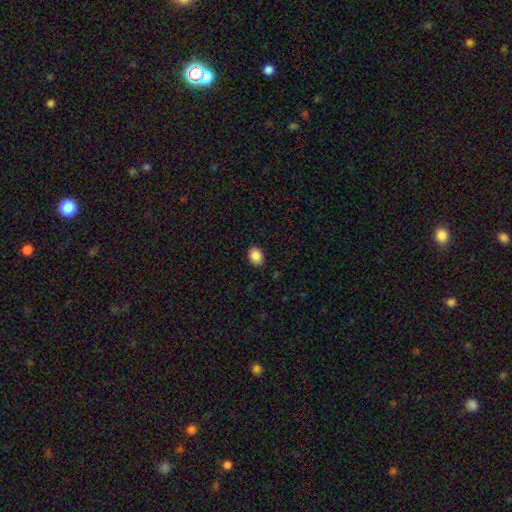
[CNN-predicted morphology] A smooth galaxy with no disk features (88%) that is in between round and cigar-shaped (71%). Merging: none (89%).